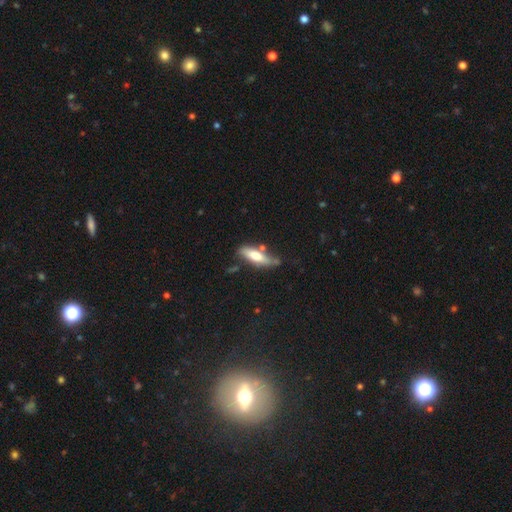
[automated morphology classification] A smooth galaxy with no disk features (60%) that is cigar-shaped (57%). Merging: none (63%).